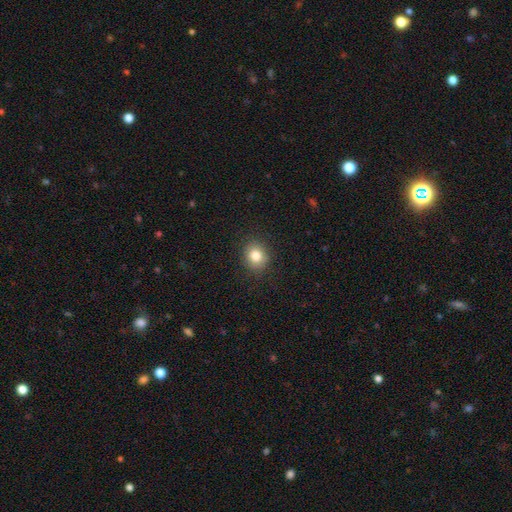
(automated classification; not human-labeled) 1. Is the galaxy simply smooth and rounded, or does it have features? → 83% smooth, 11% star or artifact, 7% featured or disk.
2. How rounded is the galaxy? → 70% round, 29% in between, 1% cigar-shaped.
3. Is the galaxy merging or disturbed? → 89% none, 8% minor disturbance, 2% major disturbance, 1% merger.